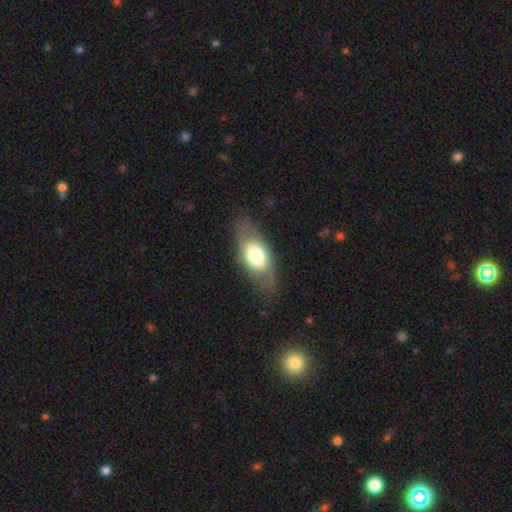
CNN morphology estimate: Smooth or featured?
  - smooth: 59% *
  - featured or disk: 35%
  - star or artifact: 7%
How rounded?
  - in between: 85% *
  - cigar-shaped: 9%
  - round: 6%
Merging?
  - none: 78% *
  - minor disturbance: 15%
  - major disturbance: 6%
  - merger: 1%